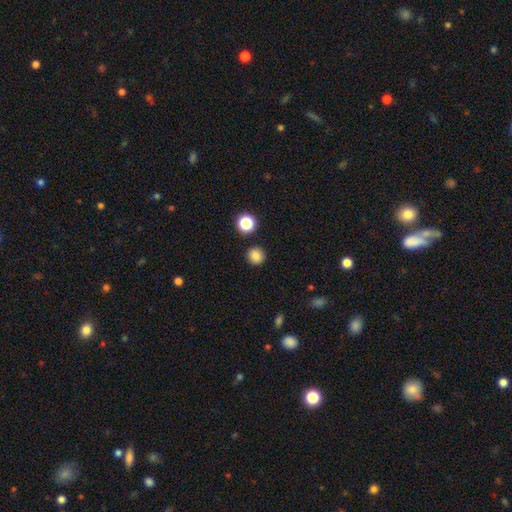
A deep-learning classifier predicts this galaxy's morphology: Smooth or featured?
  - smooth: 84% *
  - star or artifact: 12%
  - featured or disk: 4%
How rounded?
  - round: 92% *
  - in between: 7%
  - cigar-shaped: 1%
Merging?
  - none: 90% *
  - minor disturbance: 6%
  - merger: 2%
  - major disturbance: 2%